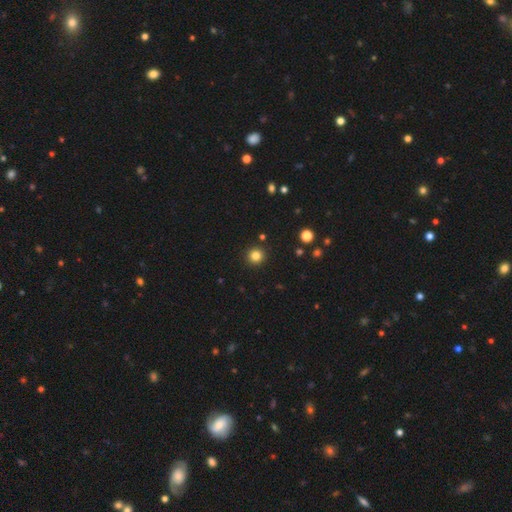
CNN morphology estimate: Smooth or featured?
  - smooth: 82% *
  - star or artifact: 13%
  - featured or disk: 5%
How rounded?
  - round: 95% *
  - in between: 4%
  - cigar-shaped: 1%
Merging?
  - none: 92% *
  - minor disturbance: 5%
  - major disturbance: 2%
  - merger: 2%